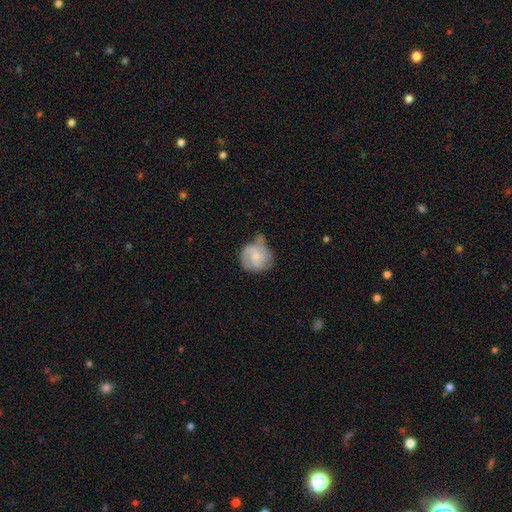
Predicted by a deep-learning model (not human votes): smooth-or-featured: smooth: 50% | featured or disk: 43% | star or artifact: 7%
  merging: none: 42% | minor disturbance: 36% | major disturbance: 15% | merger: 7%